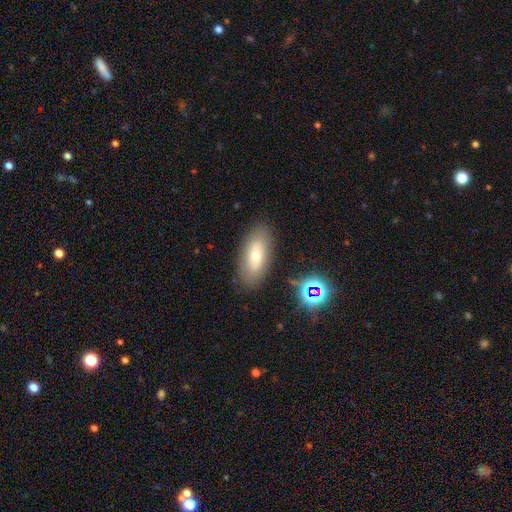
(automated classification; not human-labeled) Smooth or featured? smooth (67%)
How rounded? in between (84%)
Merging? none (83%)